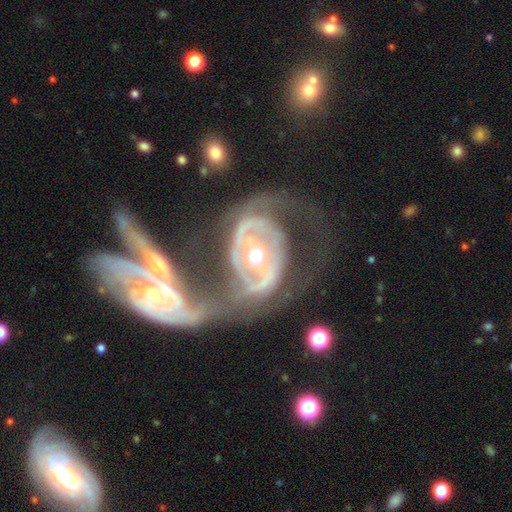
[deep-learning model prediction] smooth-or-featured: featured or disk: 85% | smooth: 10% | star or artifact: 5%
  disk-edge-on: no: 95% | yes: 5%
    bar: no: 54% | weak: 24% | strong: 22%
    has-spiral-arms: yes: 78% | no: 22%
      spiral-winding: tight: 39% | medium: 38% | loose: 23%
      spiral-arm-count: 2: 68% | can't tell: 17% | 1: 6% | 3: 4% | 4: 2% | more than 4: 2%
    bulge-size: moderate: 74% | small: 17% | large: 6% | dominant: 1% | none: 1%
  merging: merger: 56% | none: 17% | major disturbance: 17% | minor disturbance: 10%